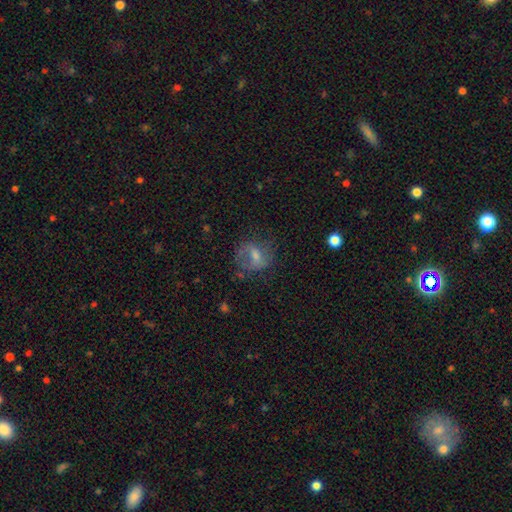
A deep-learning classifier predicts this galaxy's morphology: featured or disk 52%, smooth 36%, star or artifact 11%. Down the decision tree: edge-on disk — no (95%); merging — none (59%).